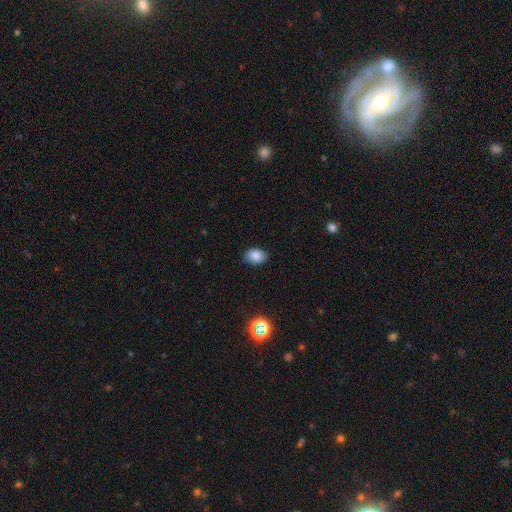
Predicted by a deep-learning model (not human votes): The model was most divided on "how rounded": in between: 76%, round: 23%, cigar-shaped: 1%. More confident: merging — none (85%); smooth or featured — smooth (84%).